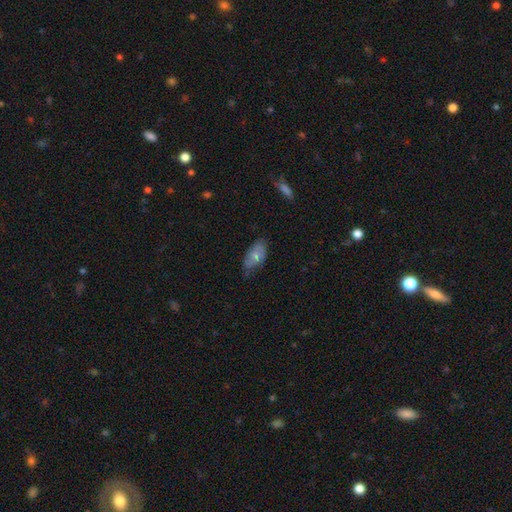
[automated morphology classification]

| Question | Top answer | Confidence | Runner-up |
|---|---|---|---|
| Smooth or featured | smooth | 68% | featured or disk (25%) |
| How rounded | in between | 92% | cigar-shaped (5%) |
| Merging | none | 57% | minor disturbance (33%) |